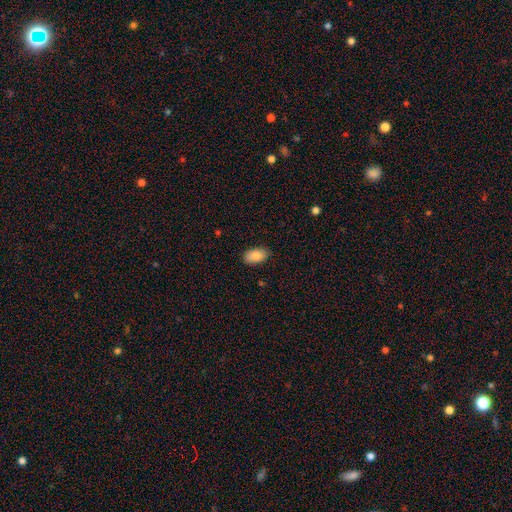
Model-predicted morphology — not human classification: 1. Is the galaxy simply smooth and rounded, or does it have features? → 87% smooth, 7% featured or disk, 7% star or artifact.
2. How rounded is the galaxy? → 94% in between, 4% round, 2% cigar-shaped.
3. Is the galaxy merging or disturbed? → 87% none, 10% minor disturbance, 2% major disturbance, 1% merger.